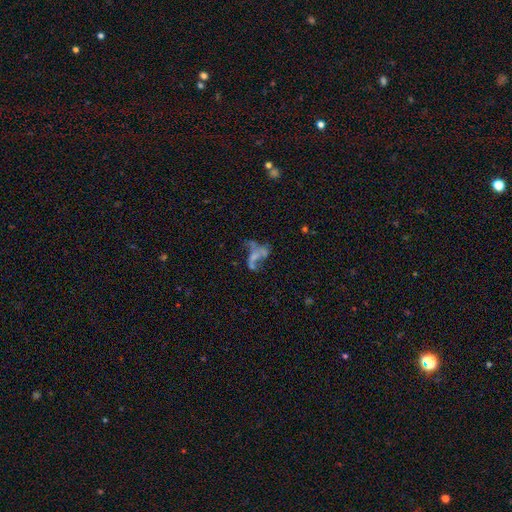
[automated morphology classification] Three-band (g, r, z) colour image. It shows a featured or disk galaxy (50%). Merging: major disturbance (33%, tied with merger).